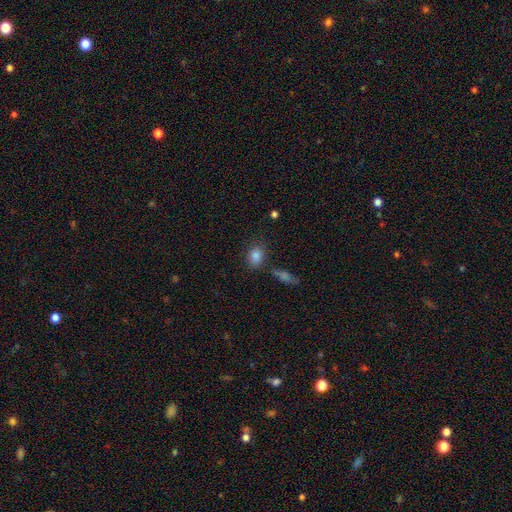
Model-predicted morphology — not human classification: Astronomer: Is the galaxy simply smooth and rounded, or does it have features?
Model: smooth — 84%.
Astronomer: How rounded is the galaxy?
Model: in between — 59% (runner-up: round, 39%).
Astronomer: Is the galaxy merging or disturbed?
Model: none — 74%.